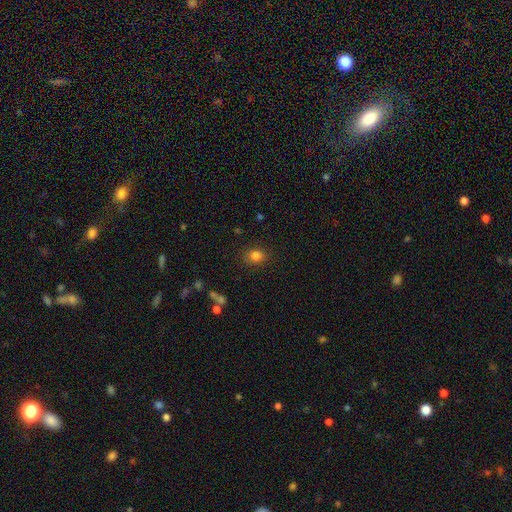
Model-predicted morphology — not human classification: Q: Smooth or featured?
A: smooth (82%); runner-up: star or artifact (12%)
Q: How rounded?
A: round (53%); runner-up: in between (46%)
Q: Merging?
A: none (85%); runner-up: minor disturbance (11%)